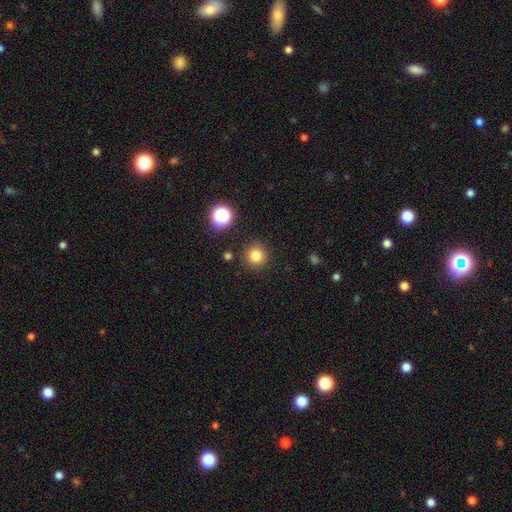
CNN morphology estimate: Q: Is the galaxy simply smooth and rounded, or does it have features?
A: smooth — 81%.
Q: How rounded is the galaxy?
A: round — 94%.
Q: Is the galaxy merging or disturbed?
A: none — 89%.